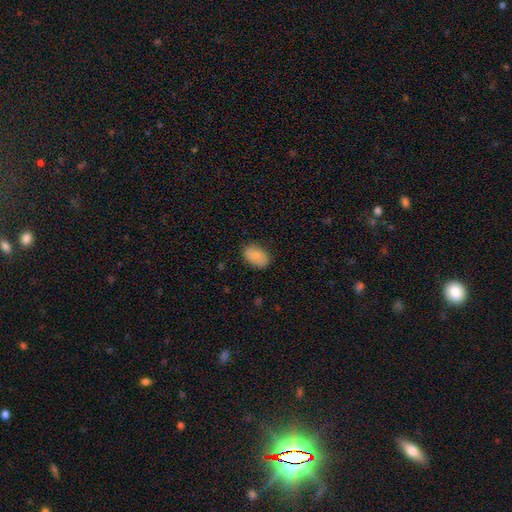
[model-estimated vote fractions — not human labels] This is clearly a smooth galaxy (81%). How rounded: clearly in between (88%). Merging: clearly none (83%).